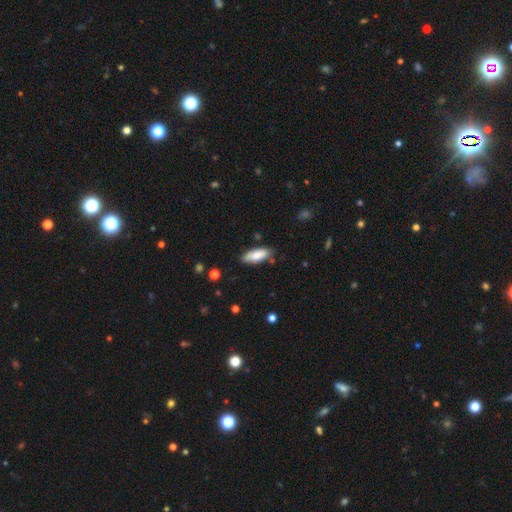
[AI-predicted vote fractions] This appears to be a smooth galaxy with no disk features (80%) that is in between round and cigar-shaped (71%). Merging: none (81%).